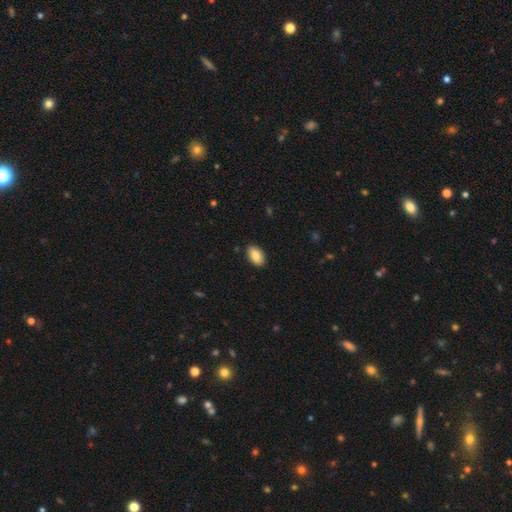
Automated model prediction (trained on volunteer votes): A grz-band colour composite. It shows a smooth galaxy with no disk features (87%) that is in between round and cigar-shaped (93%). Merging: none (89%).